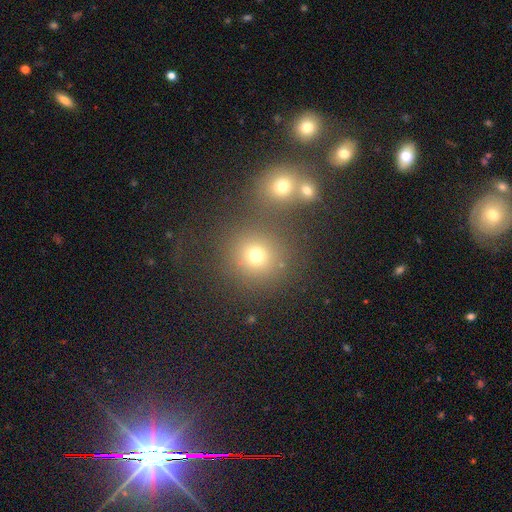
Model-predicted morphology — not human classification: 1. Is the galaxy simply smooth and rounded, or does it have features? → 71% smooth, 20% star or artifact, 9% featured or disk.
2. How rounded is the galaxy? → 88% round, 11% in between, 1% cigar-shaped.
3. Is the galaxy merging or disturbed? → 69% none, 19% merger, 8% minor disturbance, 4% major disturbance.